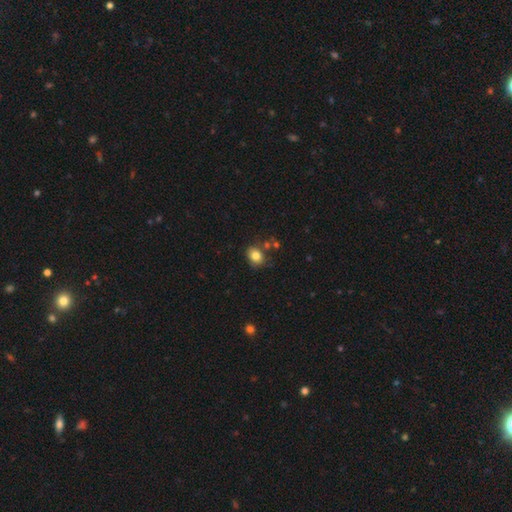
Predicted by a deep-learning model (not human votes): The model was most divided on "how rounded": round: 51%, in between: 48%, cigar-shaped: 1%. More confident: smooth or featured — smooth (81%); merging — none (70%).